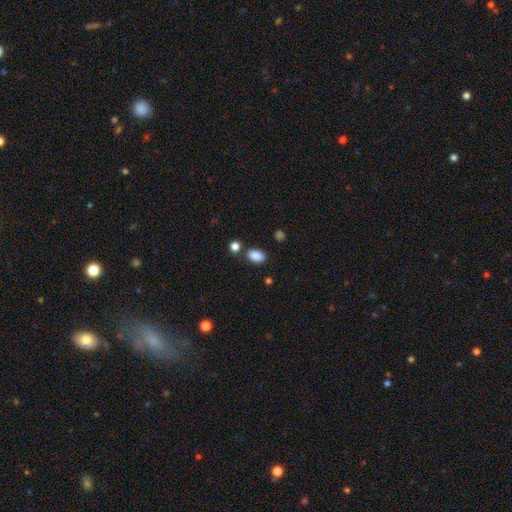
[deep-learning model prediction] smooth 87%, star or artifact 9%, featured or disk 4%. Down the decision tree: how rounded — in between (87%); merging — none (77%).